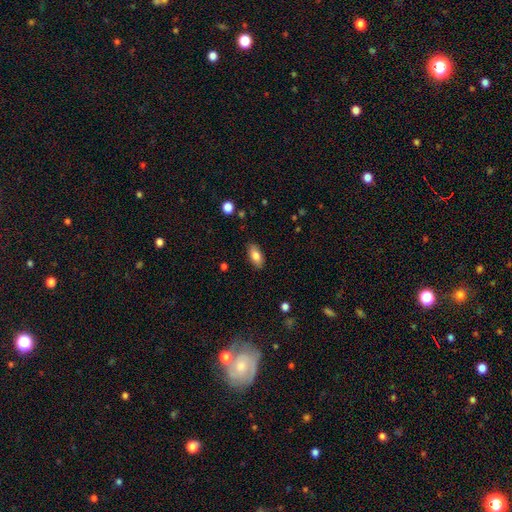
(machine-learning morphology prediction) A smooth galaxy with no disk features (81%) that is in between round and cigar-shaped (89%). Merging: none (87%).